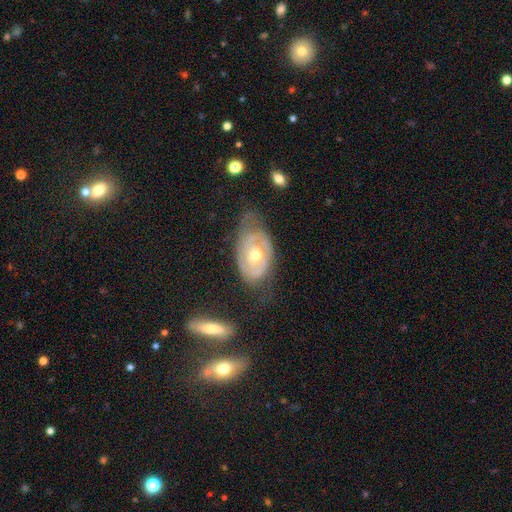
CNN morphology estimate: A featured or disk galaxy (79%) with no bar (71%), 2 (51%) tight (64%) spiral arms (81%) and a moderate central bulge (63%). Merging: none (47%).